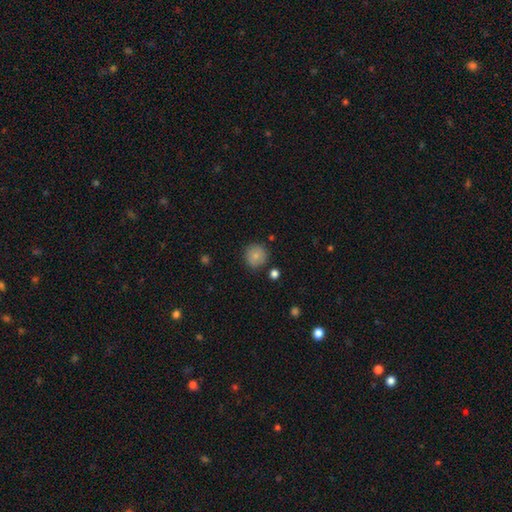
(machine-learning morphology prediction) smooth-or-featured: smooth: 81% | featured or disk: 10% | star or artifact: 9%
  how-rounded: round: 93% | in between: 6% | cigar-shaped: 1%
  merging: none: 84% | minor disturbance: 11% | merger: 3% | major disturbance: 2%